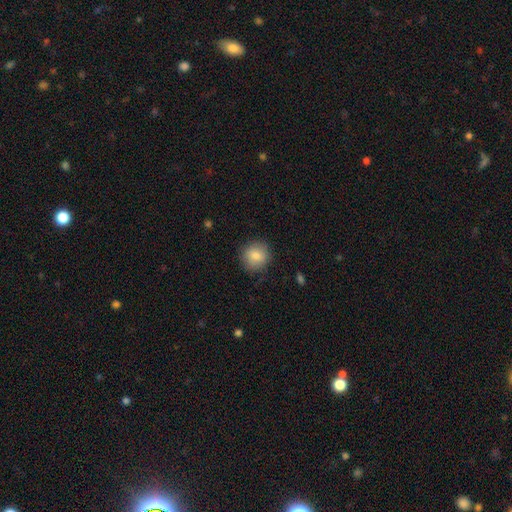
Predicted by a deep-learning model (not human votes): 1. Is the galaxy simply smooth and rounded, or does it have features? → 84% smooth, 8% star or artifact, 8% featured or disk.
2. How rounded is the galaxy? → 90% round, 9% in between, 1% cigar-shaped.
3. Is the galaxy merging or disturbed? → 87% none, 10% minor disturbance, 3% major disturbance, 1% merger.